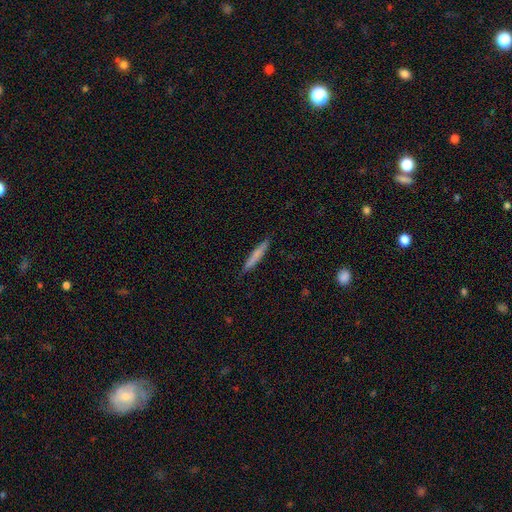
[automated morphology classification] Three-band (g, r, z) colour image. It shows a smooth galaxy with no disk features (69%) that is cigar-shaped (94%). Merging: none (88%).